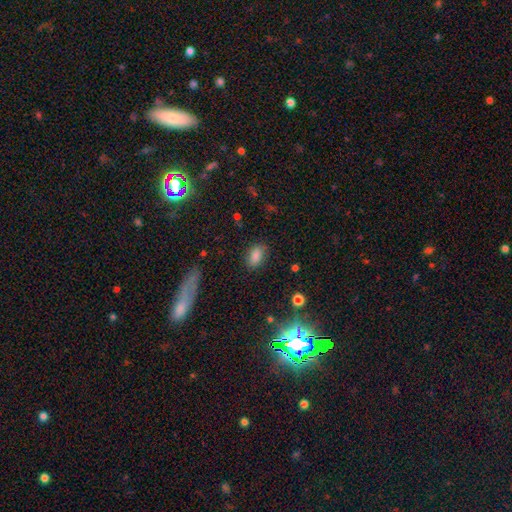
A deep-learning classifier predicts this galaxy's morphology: The model was most divided on "merging": none: 82%, minor disturbance: 12%, major disturbance: 4%, merger: 2%. More confident: how rounded — in between (88%); smooth or featured — smooth (84%).